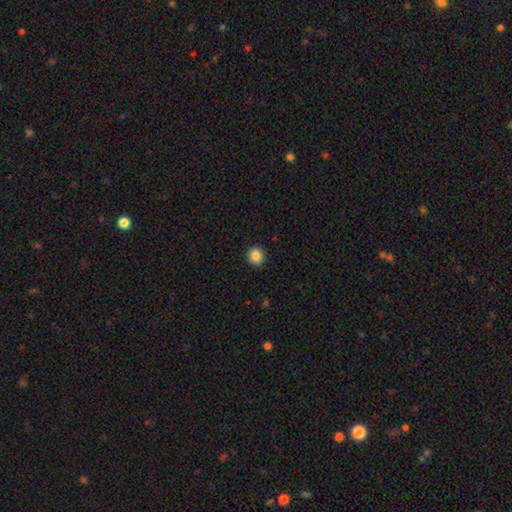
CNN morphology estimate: A smooth galaxy with no disk features (86%) that is round (91%). Merging: none (92%).